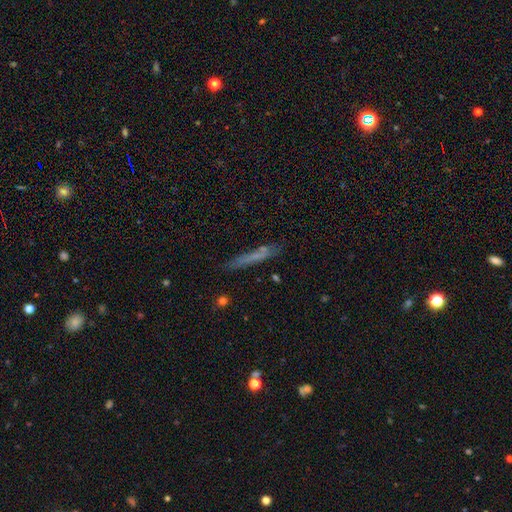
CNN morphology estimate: This is likely a smooth galaxy (61%). How rounded: clearly cigar-shaped (94%). Merging: likely none (78%).